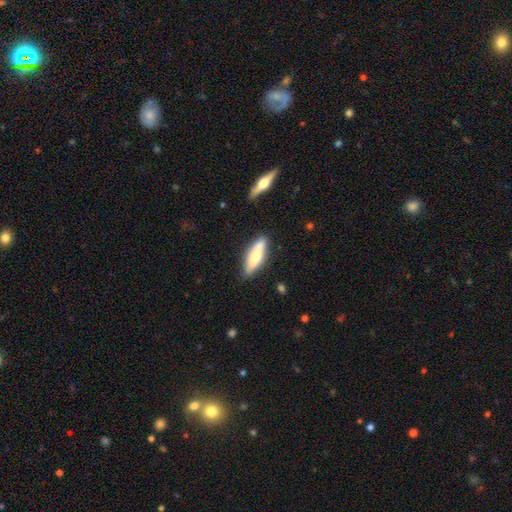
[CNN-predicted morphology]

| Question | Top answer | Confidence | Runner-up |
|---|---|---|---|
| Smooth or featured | smooth | 61% | featured or disk (33%) |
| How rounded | cigar-shaped | 60% | in between (38%) |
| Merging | none | 79% | minor disturbance (15%) |